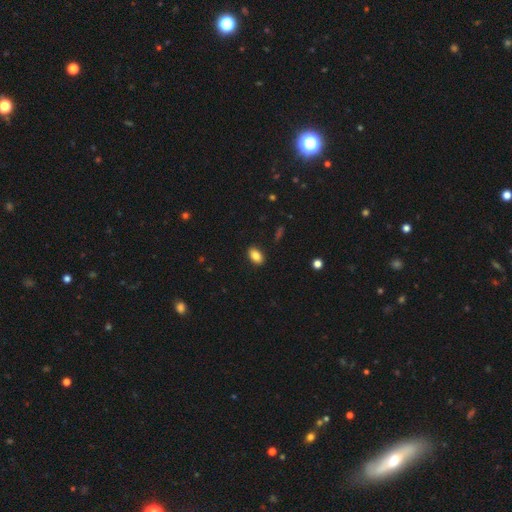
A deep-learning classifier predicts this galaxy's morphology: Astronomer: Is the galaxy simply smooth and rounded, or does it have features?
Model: smooth — 85%.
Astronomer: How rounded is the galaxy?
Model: in between — 89%.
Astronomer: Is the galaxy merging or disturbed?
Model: none — 89%.